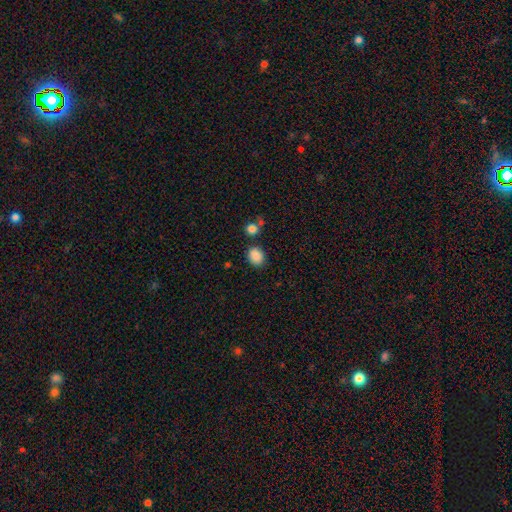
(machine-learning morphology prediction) smooth 87%, star or artifact 9%, featured or disk 3%. Down the decision tree: how rounded — in between (53%); merging — none (78%).